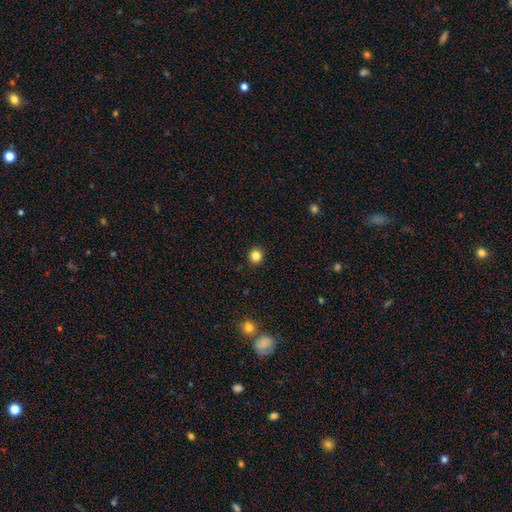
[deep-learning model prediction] smooth-or-featured: smooth: 84% | star or artifact: 12% | featured or disk: 4%
  how-rounded: round: 92% | in between: 7% | cigar-shaped: 1%
  merging: none: 93% | minor disturbance: 5% | major disturbance: 2% | merger: 1%